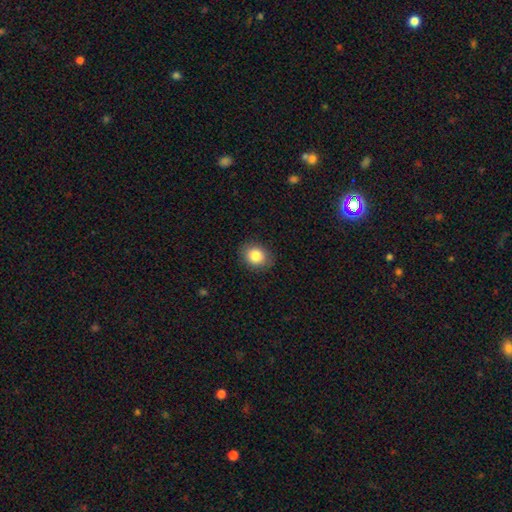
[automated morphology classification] Q: Smooth or featured?
A: smooth (85%); runner-up: star or artifact (9%)
Q: How rounded?
A: round (55%); runner-up: in between (44%)
Q: Merging?
A: none (88%); runner-up: minor disturbance (9%)